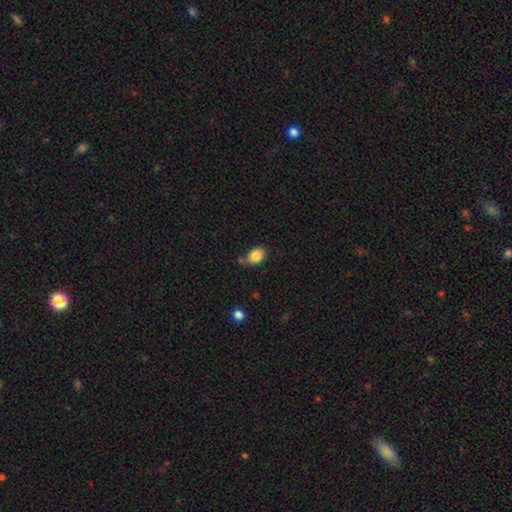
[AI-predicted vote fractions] smooth 86%, star or artifact 9%, featured or disk 5%. Down the decision tree: how rounded — in between (73%); merging — none (72%).